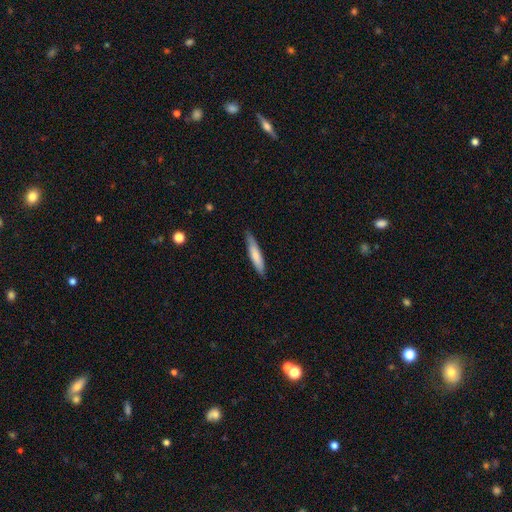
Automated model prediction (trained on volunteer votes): Overall: smooth (75%). How rounded: cigar-shaped (86%). Merging: none (82%).